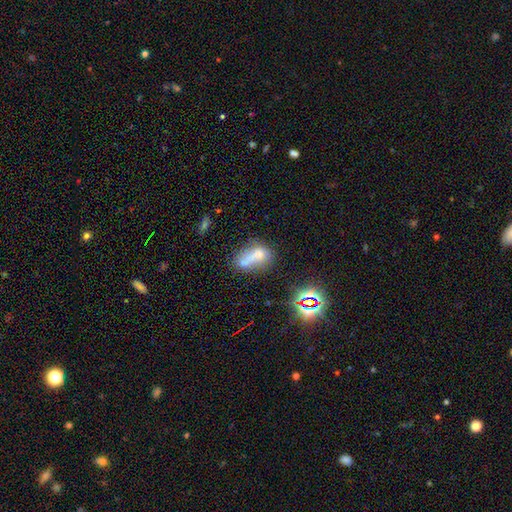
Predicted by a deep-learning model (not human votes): Overall: smooth (59%; featured or disk 25%). How rounded: in between (69%). Merging: merger (47%; none 26%).